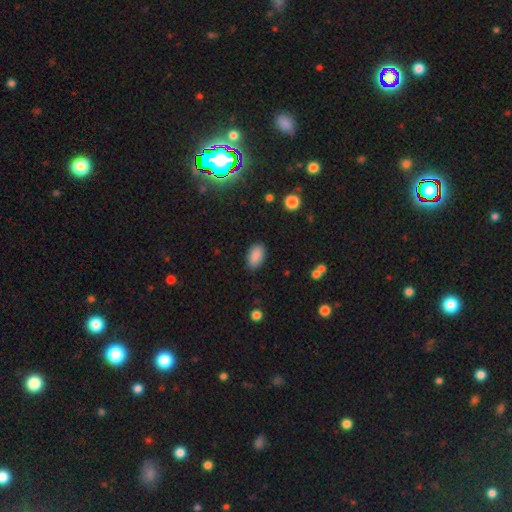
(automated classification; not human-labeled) smooth-or-featured: smooth: 88% | star or artifact: 8% | featured or disk: 4%
  how-rounded: in between: 93% | round: 5% | cigar-shaped: 2%
  merging: none: 86% | minor disturbance: 10% | major disturbance: 3% | merger: 1%